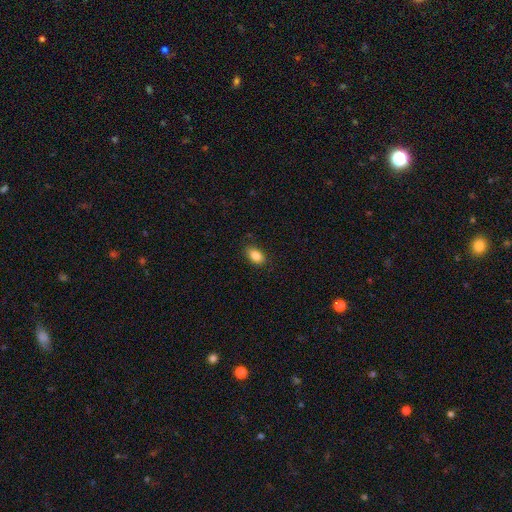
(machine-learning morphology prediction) This appears to be a smooth galaxy with no disk features (86%) that is in between round and cigar-shaped (88%). Merging: none (86%).